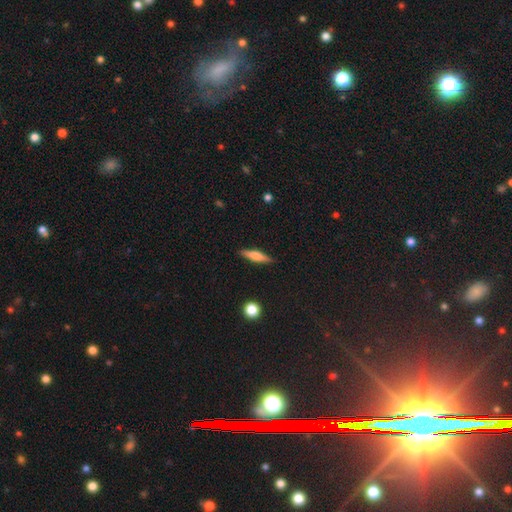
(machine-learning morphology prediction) Smooth or featured? Predicted: smooth (p=0.54). How rounded? Predicted: cigar-shaped (p=0.80). Merging? Predicted: none (p=0.89).